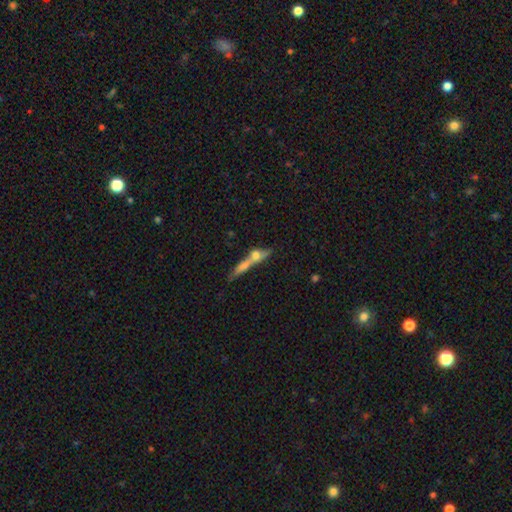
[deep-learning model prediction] smooth 48%, featured or disk 42%, star or artifact 10%. Down the decision tree: merging — merger (53%).